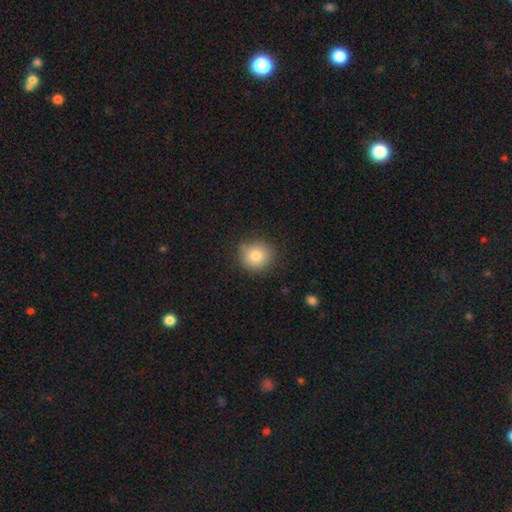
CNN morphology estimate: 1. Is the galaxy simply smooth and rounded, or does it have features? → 80% smooth, 11% star or artifact, 9% featured or disk.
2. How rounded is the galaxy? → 89% round, 10% in between, 1% cigar-shaped.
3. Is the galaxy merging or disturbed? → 78% none, 17% minor disturbance, 4% major disturbance, 2% merger.